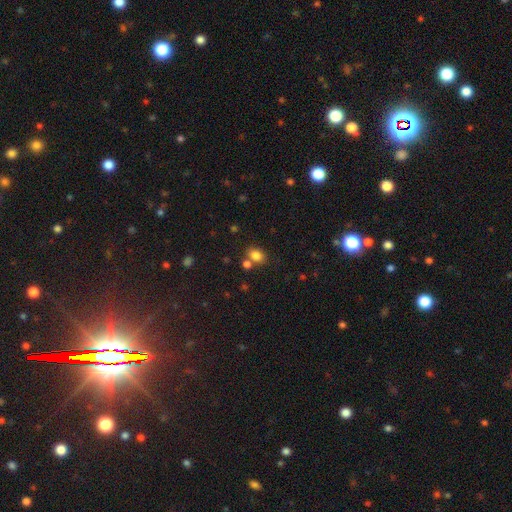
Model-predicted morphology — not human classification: The model was most divided on "merging": none: 63%, merger: 22%, minor disturbance: 11%, major disturbance: 4%. More confident: smooth or featured — smooth (83%); how rounded — in between (75%).